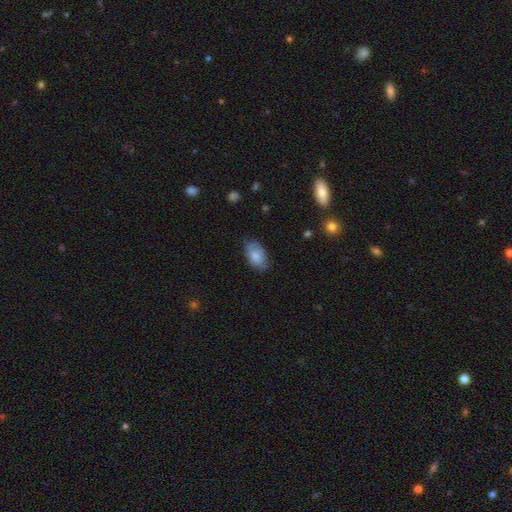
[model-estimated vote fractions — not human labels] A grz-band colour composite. It shows a smooth galaxy with no disk features (77%) that is in between round and cigar-shaped (93%). Merging: none (72%).